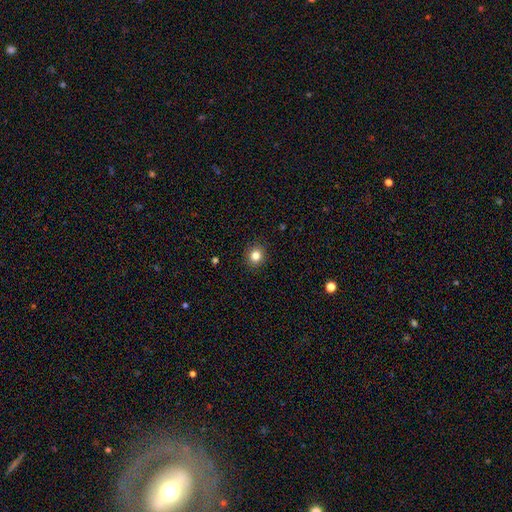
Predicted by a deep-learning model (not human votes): smooth 83%, star or artifact 11%, featured or disk 5%. Down the decision tree: how rounded — round (85%); merging — none (91%).